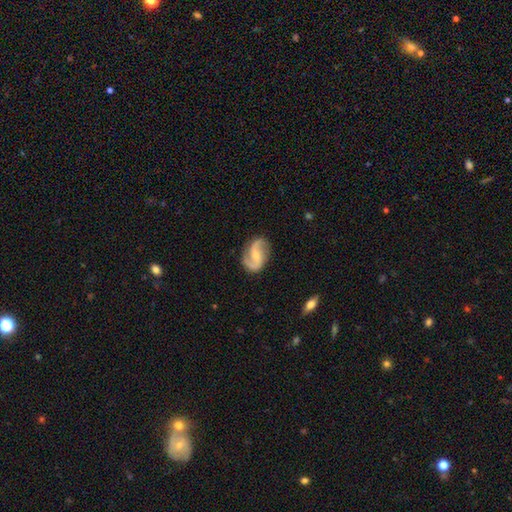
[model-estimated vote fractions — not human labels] Morphology: type=featured or disk (88%); edge-on=no (98%); bar=weak (43%); spiral arms=yes (97%); winding=loose (49%); arm count=2 (93%); bulge=small (59%); merging=none (81%).